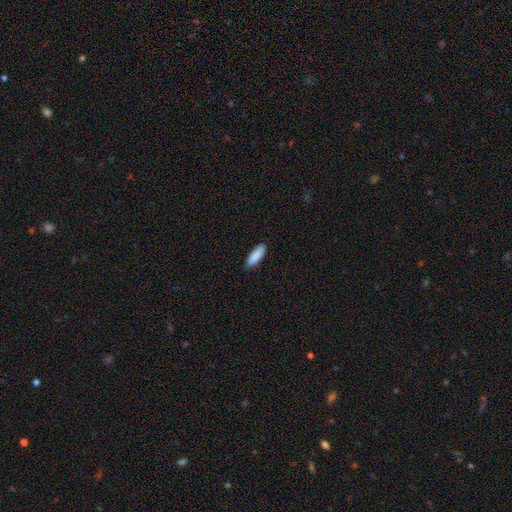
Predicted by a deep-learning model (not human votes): A smooth galaxy with no disk features (90%) that is in between round and cigar-shaped (56%). Merging: none (89%).